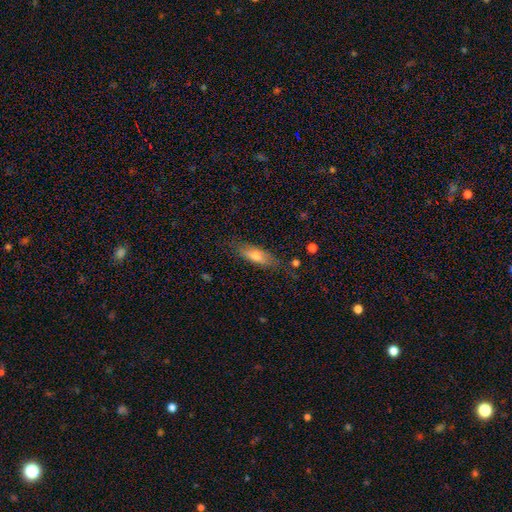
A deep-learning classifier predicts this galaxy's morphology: type=smooth (65%); roundness=cigar-shaped (51%); merging=none (77%).